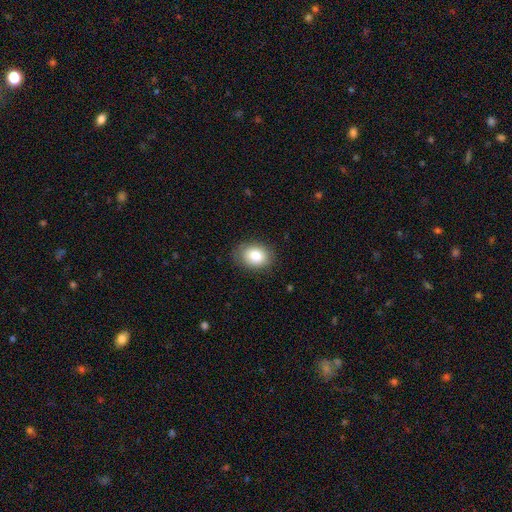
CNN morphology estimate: Smooth or featured?
  - smooth: 81% *
  - featured or disk: 10%
  - star or artifact: 9%
How rounded?
  - in between: 62% *
  - round: 37%
  - cigar-shaped: 1%
Merging?
  - none: 83% *
  - minor disturbance: 13%
  - major disturbance: 3%
  - merger: 1%